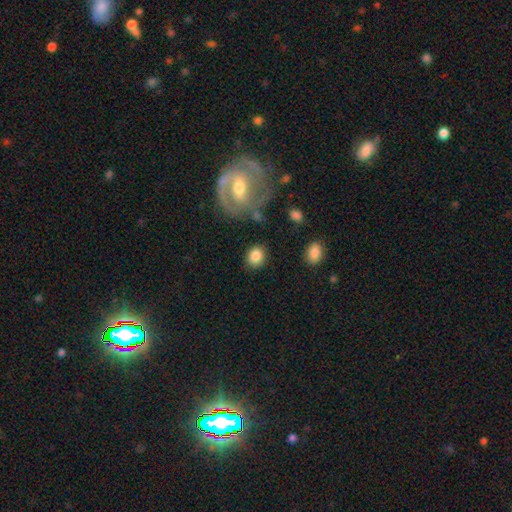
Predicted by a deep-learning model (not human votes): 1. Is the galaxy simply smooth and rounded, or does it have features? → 83% smooth, 9% featured or disk, 8% star or artifact.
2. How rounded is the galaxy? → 67% round, 32% in between, 1% cigar-shaped.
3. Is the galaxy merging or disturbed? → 83% none, 10% minor disturbance, 4% major disturbance, 3% merger.